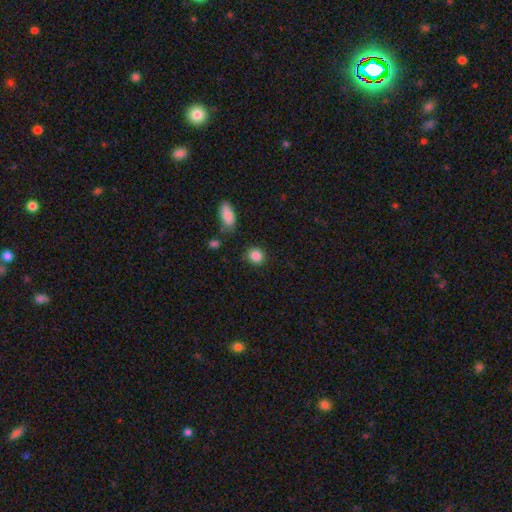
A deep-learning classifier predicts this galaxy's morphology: Overall: smooth (87%). How rounded: round (80%). Merging: none (84%).